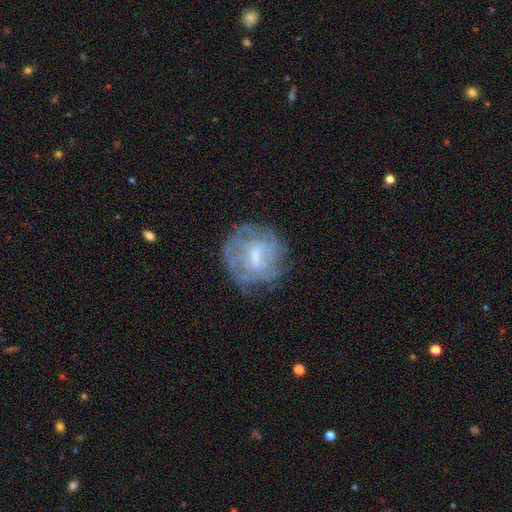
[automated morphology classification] Overall: featured or disk (66%). Edge-on disk: no (97%). Bar: weak (58%; no 26%). Spiral arms: yes (63%; no 37%). Bulge size: small (41%; moderate 36%). Merging: none (69%).